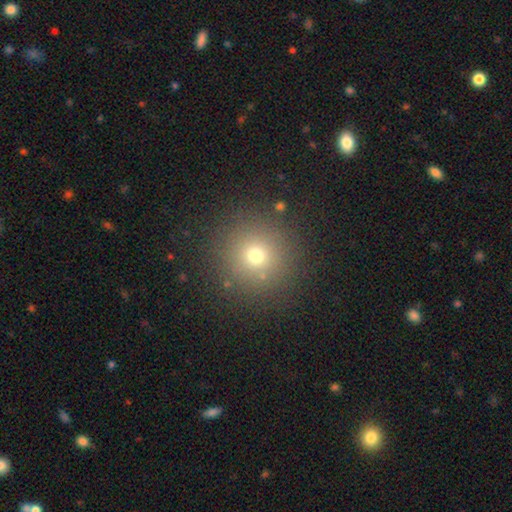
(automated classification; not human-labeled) Overall: smooth (70%). How rounded: round (95%). Merging: none (88%).